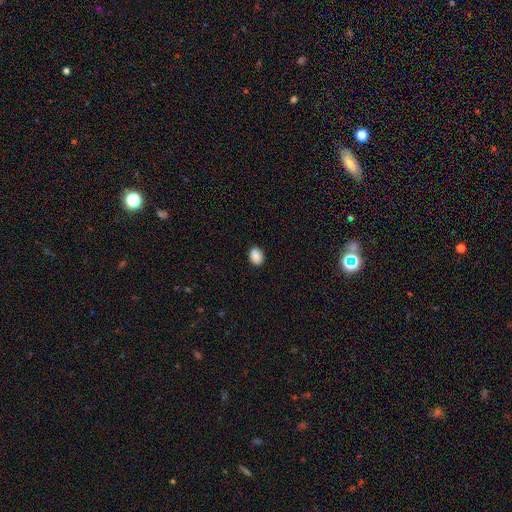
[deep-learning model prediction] The model was most divided on "how rounded": in between: 74%, round: 25%, cigar-shaped: 1%. More confident: smooth or featured — smooth (89%); merging — none (88%).